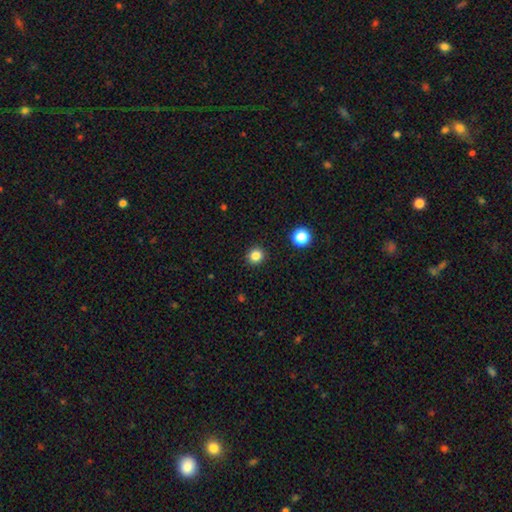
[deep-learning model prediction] Morphology: type=smooth (83%); roundness=round (91%); merging=none (92%).